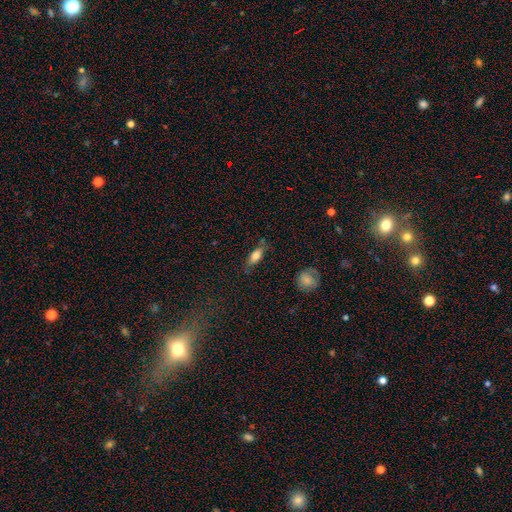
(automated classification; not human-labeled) Smooth or featured? Predicted: smooth (p=0.73). How rounded? Predicted: in between (p=0.71). Merging? Predicted: none (p=0.71).